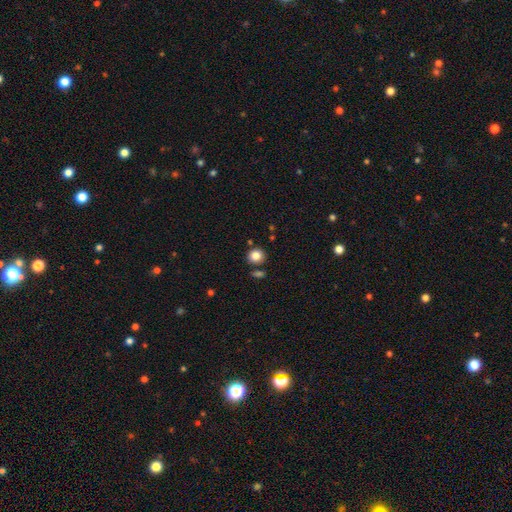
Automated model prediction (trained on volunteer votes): smooth_or_featured: smooth (p=0.85) [alt: star or artifact p=0.10]
how_rounded: round (p=0.81) [alt: in between p=0.18]
merging: none (p=0.78) [alt: minor disturbance p=0.10]